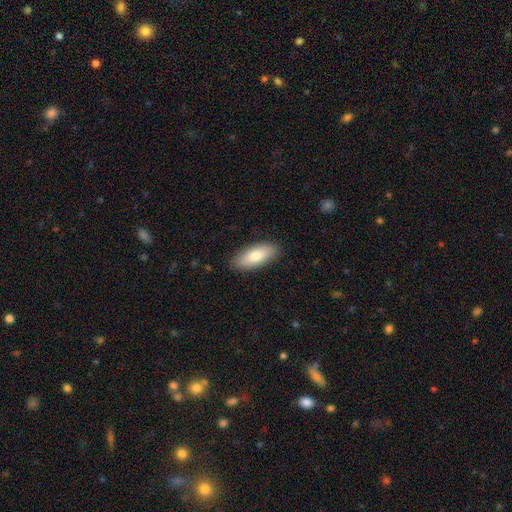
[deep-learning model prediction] Smooth or featured: smooth — 79% (featured or disk — 15%)
How rounded: in between — 80% (cigar-shaped — 18%)
Merging: none — 89% (minor disturbance — 9%)